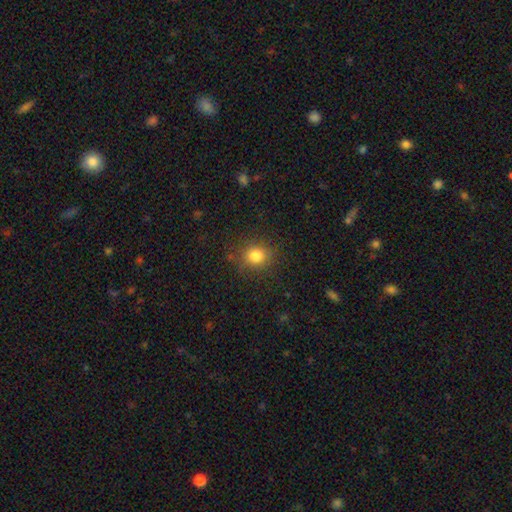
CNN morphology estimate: Q: Smooth or featured?
A: smooth (81%); runner-up: star or artifact (13%)
Q: How rounded?
A: round (82%); runner-up: in between (17%)
Q: Merging?
A: none (85%); runner-up: minor disturbance (10%)